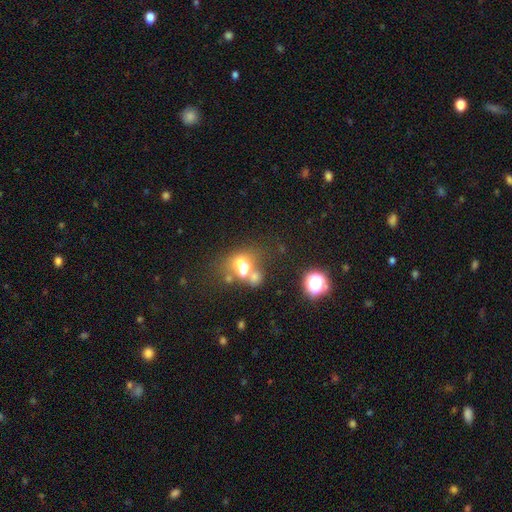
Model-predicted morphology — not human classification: smooth 48%, star or artifact 34%, featured or disk 19%. Down the decision tree: merging — none (53%).